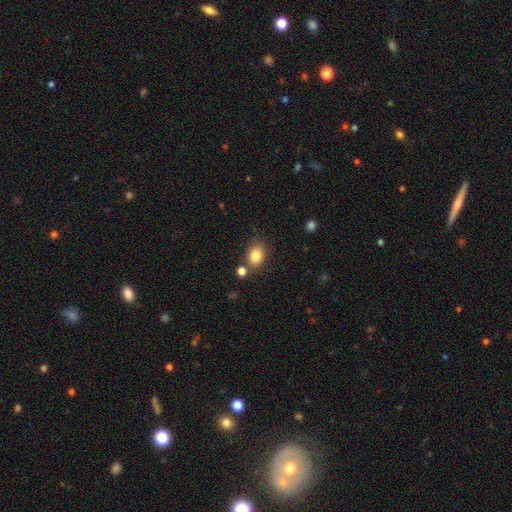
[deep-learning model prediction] Overall: smooth (83%). How rounded: in between (68%; round 31%). Merging: none (72%).